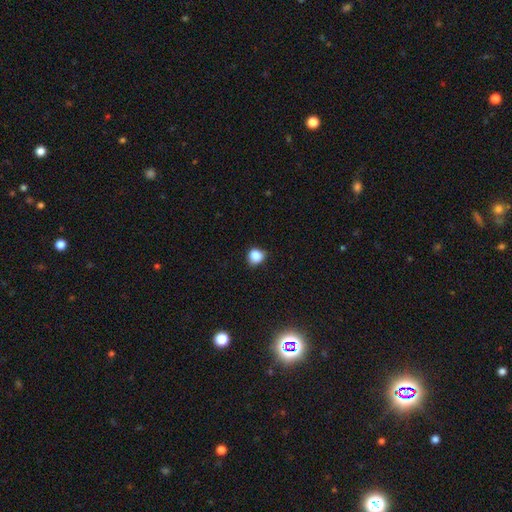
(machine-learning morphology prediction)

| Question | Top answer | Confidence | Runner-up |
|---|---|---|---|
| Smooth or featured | smooth | 84% | star or artifact (11%) |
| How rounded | round | 85% | in between (14%) |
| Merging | none | 77% | minor disturbance (19%) |